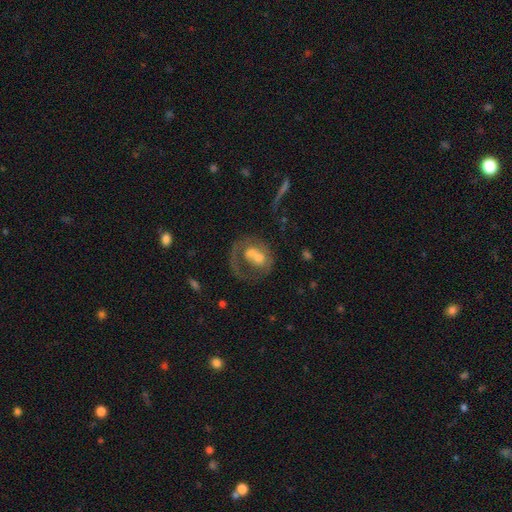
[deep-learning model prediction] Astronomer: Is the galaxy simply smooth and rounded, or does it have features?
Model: featured or disk — 55% (runner-up: smooth, 36%).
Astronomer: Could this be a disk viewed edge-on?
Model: no — 97%.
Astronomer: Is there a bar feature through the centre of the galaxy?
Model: no — 80%.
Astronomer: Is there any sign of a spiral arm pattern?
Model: no — 64%.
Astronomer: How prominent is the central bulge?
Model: moderate — 47%.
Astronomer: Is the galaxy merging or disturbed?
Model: merger — 37% (runner-up: none, 26%).